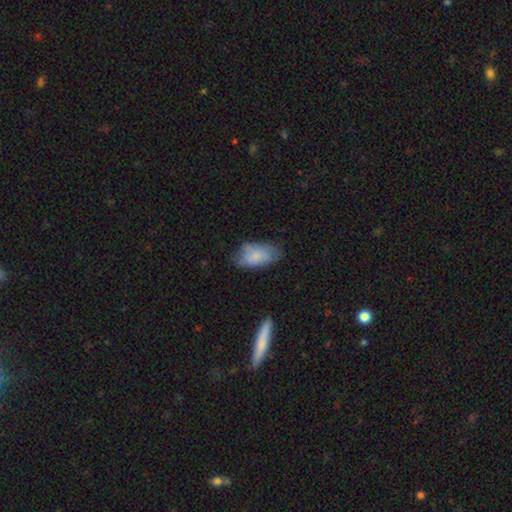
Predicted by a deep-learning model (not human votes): Smooth or featured: smooth — 78% (featured or disk — 15%)
How rounded: in between — 93% (round — 4%)
Merging: none — 57% (minor disturbance — 31%)